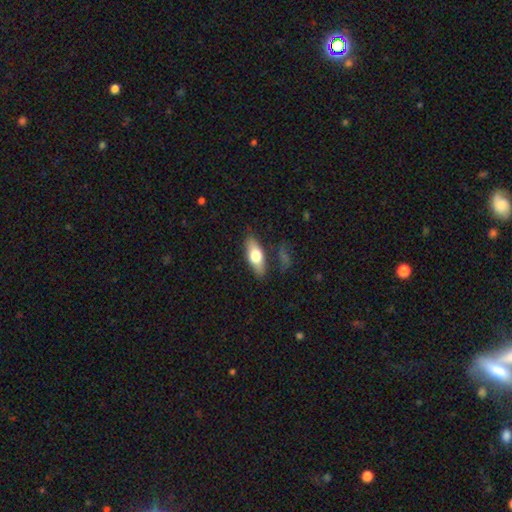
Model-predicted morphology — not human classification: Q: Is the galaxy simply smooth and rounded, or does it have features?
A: smooth — 63%.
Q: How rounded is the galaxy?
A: in between — 72%.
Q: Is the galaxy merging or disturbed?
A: none — 79%.